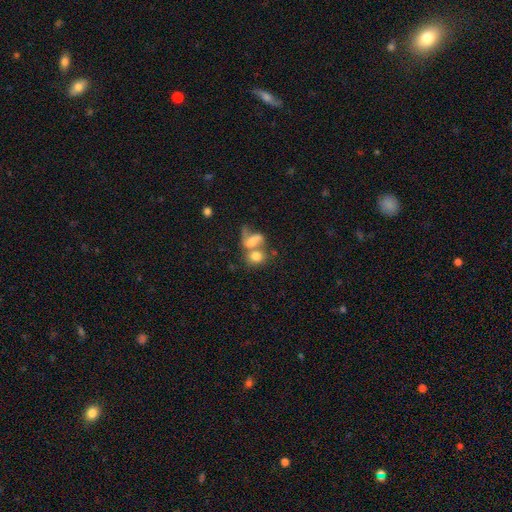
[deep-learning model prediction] Smooth or featured: smooth — 68% (featured or disk — 21%)
How rounded: in between — 50% (round — 48%)
Merging: merger — 61% (none — 22%)